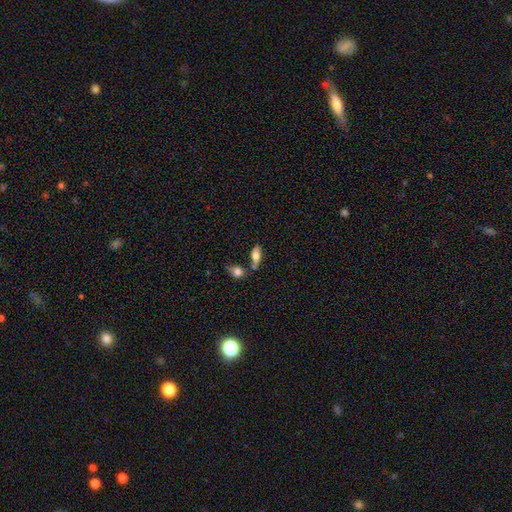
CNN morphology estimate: type=smooth (59%); roundness=in between (71%); merging=none (51%).